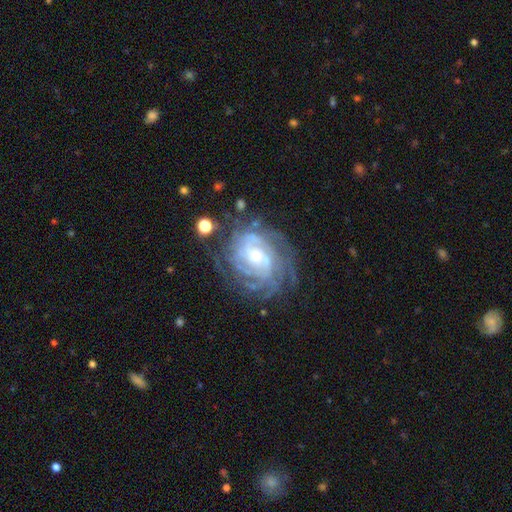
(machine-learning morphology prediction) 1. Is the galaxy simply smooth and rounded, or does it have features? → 86% featured or disk, 7% smooth, 7% star or artifact.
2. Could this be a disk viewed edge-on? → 97% no, 3% yes.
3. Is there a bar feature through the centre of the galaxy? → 53% no, 37% weak, 10% strong.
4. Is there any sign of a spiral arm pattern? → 95% yes, 5% no.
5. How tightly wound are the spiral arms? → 69% tight, 25% medium, 6% loose.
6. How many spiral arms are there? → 39% can't tell, 19% 4, 13% 3, 13% more than 4, 11% 2, 6% 1.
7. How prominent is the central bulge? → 51% small, 42% moderate, 4% large, 2% none, 1% dominant.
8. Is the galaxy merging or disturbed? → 70% none, 17% minor disturbance, 10% major disturbance, 2% merger.